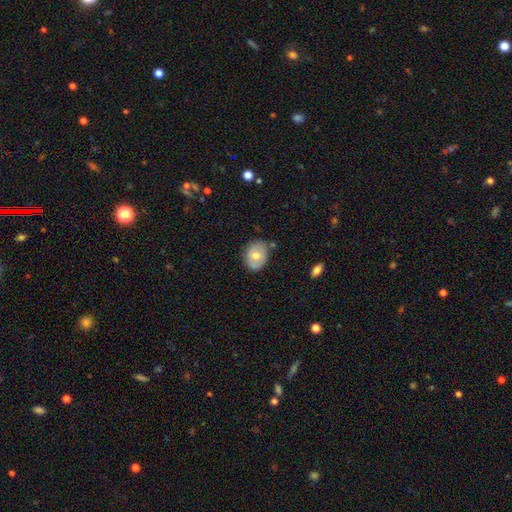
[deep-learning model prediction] Smooth or featured: smooth — 59% (featured or disk — 34%)
How rounded: in between — 63% (round — 36%)
Merging: none — 73% (minor disturbance — 19%)